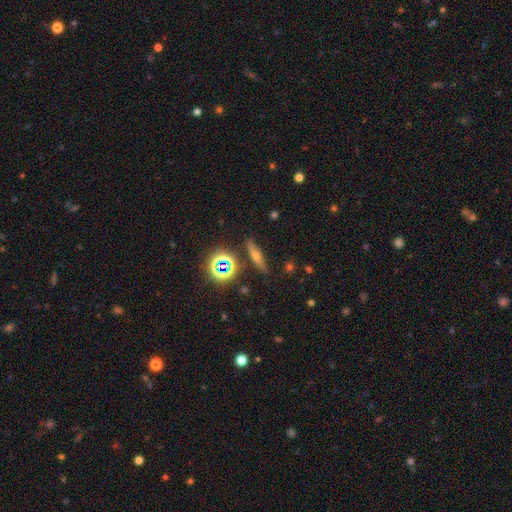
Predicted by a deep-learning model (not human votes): smooth-or-featured: featured or disk: 44% | smooth: 34% | star or artifact: 23%
  merging: none: 85% | minor disturbance: 9% | merger: 3% | major disturbance: 3%